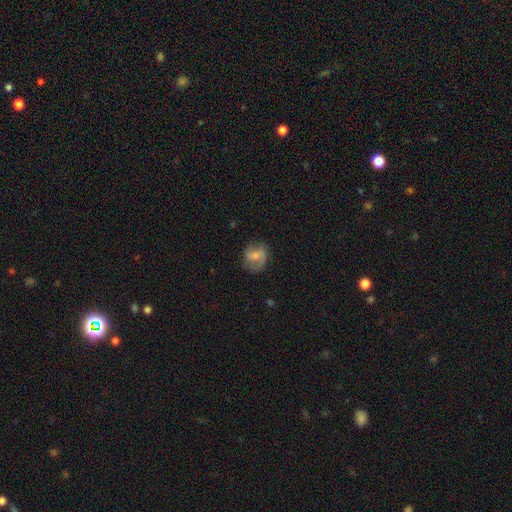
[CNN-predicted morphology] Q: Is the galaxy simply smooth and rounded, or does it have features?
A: featured or disk — 49%.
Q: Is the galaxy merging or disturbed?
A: none — 64%.